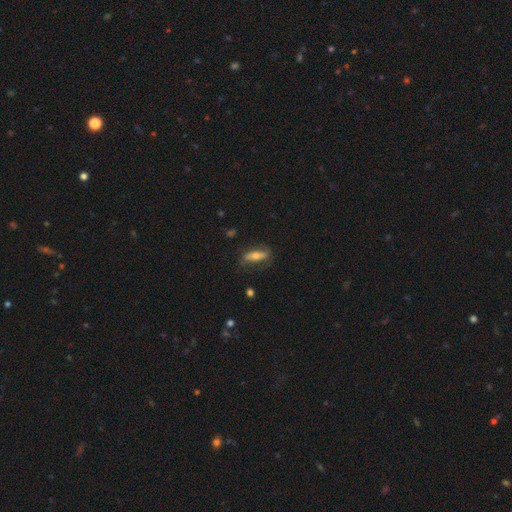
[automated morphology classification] type=smooth (51%); roundness=in between (54%); merging=none (70%).